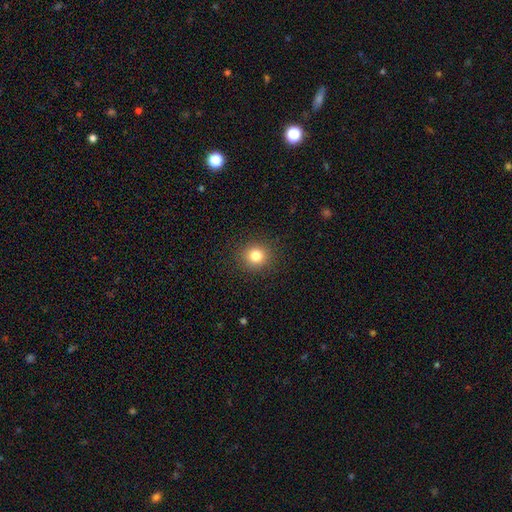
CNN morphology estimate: A smooth galaxy with no disk features (82%) that is round (87%). Merging: none (90%).